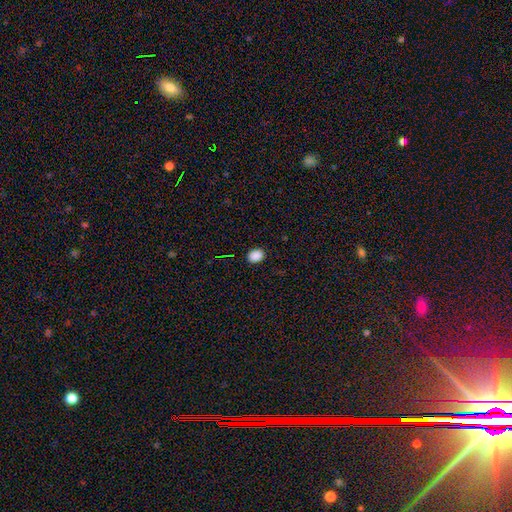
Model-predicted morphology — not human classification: Overall: smooth (87%). How rounded: in between (61%; round 38%). Merging: none (89%).